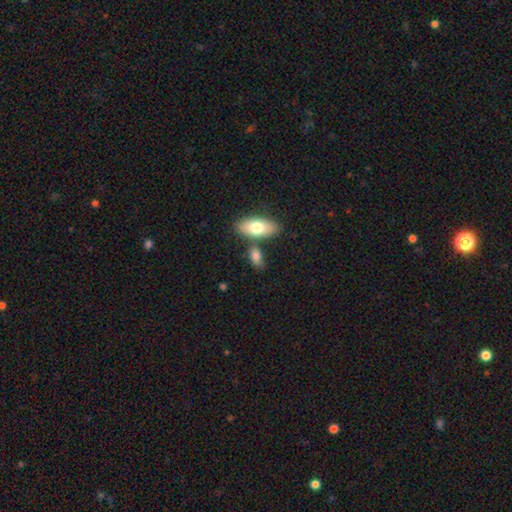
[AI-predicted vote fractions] Morphology: type=smooth (77%); roundness=in between (83%); merging=none (61%).